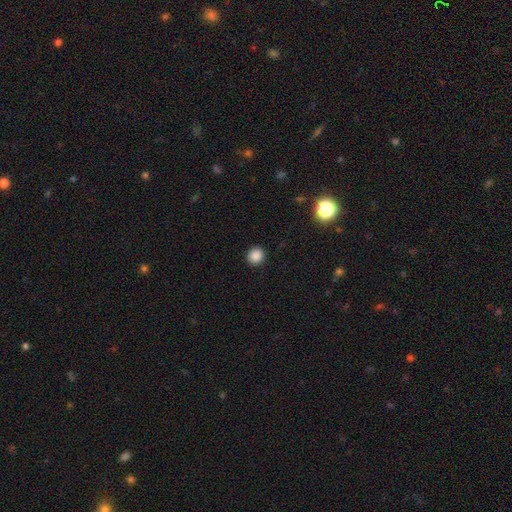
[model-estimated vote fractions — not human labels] Morphology: type=smooth (86%); roundness=round (89%); merging=none (92%).